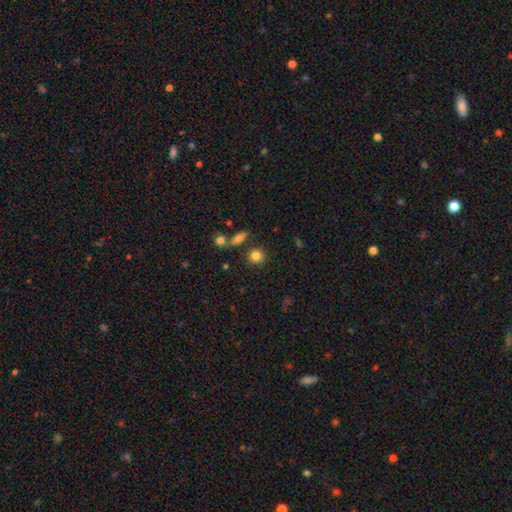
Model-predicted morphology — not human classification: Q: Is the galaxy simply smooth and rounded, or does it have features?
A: smooth — 83%.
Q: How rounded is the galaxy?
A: round — 84%.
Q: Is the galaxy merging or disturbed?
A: none — 78%.